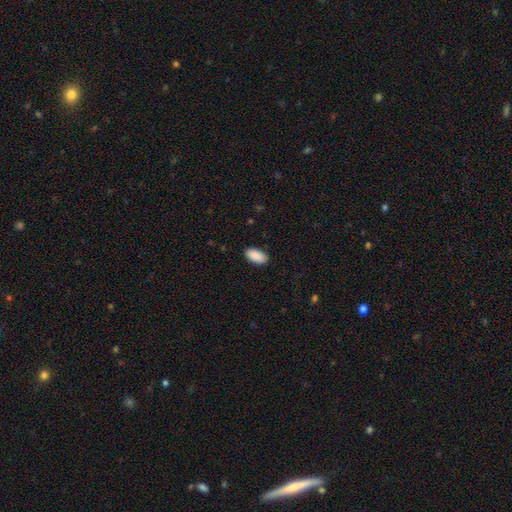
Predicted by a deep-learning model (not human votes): Smooth or featured? smooth (90%)
How rounded? in between (94%)
Merging? none (88%)